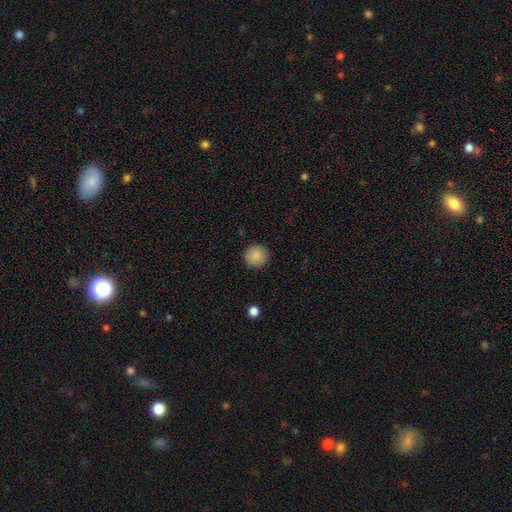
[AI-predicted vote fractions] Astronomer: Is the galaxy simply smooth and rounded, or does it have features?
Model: smooth — 88%.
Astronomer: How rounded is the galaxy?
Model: round — 94%.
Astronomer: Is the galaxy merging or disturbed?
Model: none — 91%.